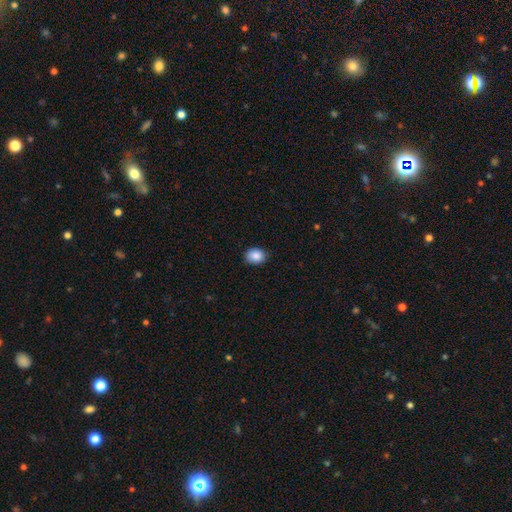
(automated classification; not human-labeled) Overall: smooth (87%). How rounded: round (56%; in between 43%). Merging: none (84%).